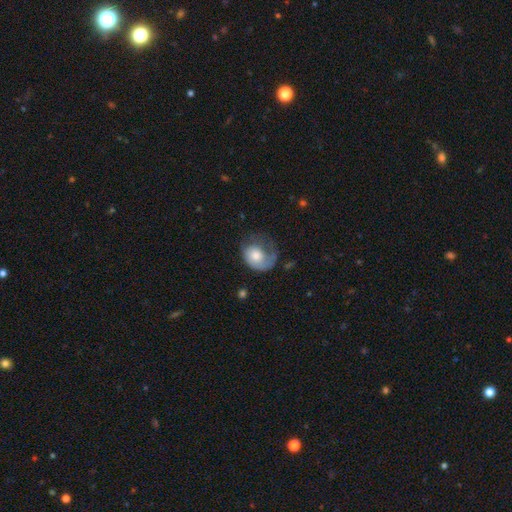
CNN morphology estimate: Smooth or featured?
  - smooth: 52% *
  - featured or disk: 41%
  - star or artifact: 7%
How rounded?
  - round: 54% *
  - in between: 45%
  - cigar-shaped: 1%
Merging?
  - major disturbance: 43% *
  - none: 30%
  - minor disturbance: 24%
  - merger: 2%